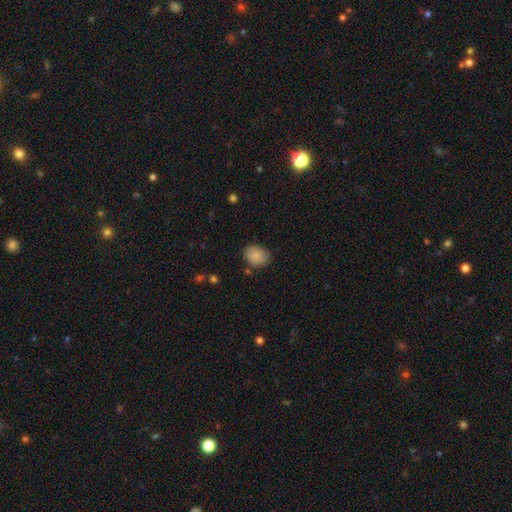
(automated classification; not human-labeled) A smooth galaxy with no disk features (85%) that is in between round and cigar-shaped (56%).

Vote fractions:
- Smooth or featured? smooth: 85% / star or artifact: 8% / featured or disk: 7%
- How rounded? in between: 56% / round: 43% / cigar-shaped: 1%
- Merging? none: 73% / minor disturbance: 19% / major disturbance: 4% / merger: 3%